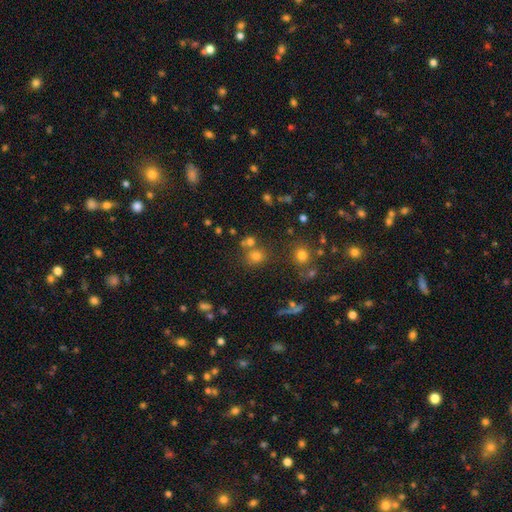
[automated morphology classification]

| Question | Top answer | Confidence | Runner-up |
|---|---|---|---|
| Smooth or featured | smooth | 62% | star or artifact (28%) |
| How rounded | round | 79% | in between (20%) |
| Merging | none | 65% | merger (22%) |